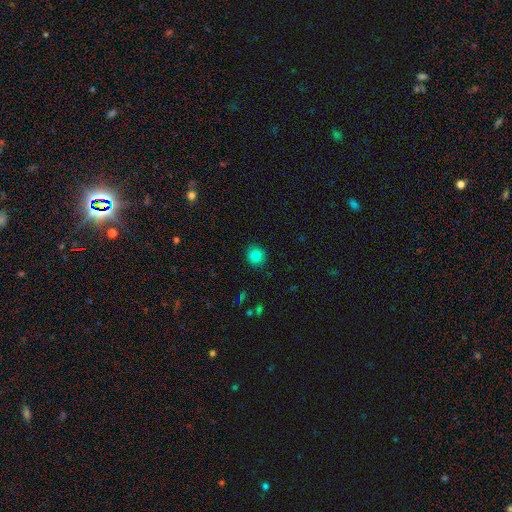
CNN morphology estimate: Smooth or featured: smooth — 85% (star or artifact — 12%)
How rounded: round — 86% (in between — 13%)
Merging: none — 89% (minor disturbance — 7%)